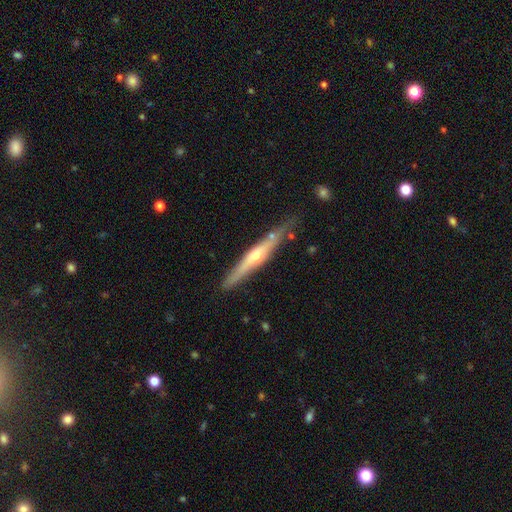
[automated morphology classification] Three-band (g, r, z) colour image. It shows a featured or disk galaxy (65%) viewed edge-on (94%) with a rounded central bulge (81%). Merging: none (78%).